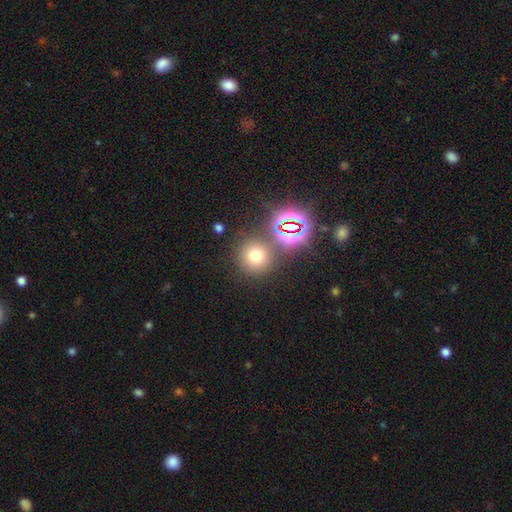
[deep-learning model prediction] Smooth or featured: smooth — 66% (star or artifact — 25%)
How rounded: round — 93% (in between — 6%)
Merging: none — 78% (merger — 11%)